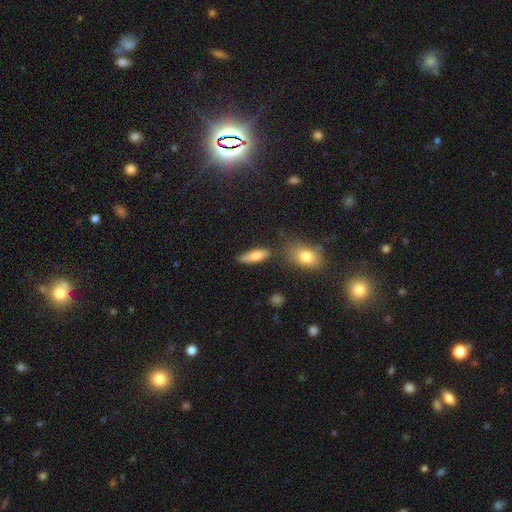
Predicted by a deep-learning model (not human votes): Smooth or featured?
  - smooth: 72% *
  - featured or disk: 21%
  - star or artifact: 7%
How rounded?
  - in between: 52% *
  - cigar-shaped: 45%
  - round: 3%
Merging?
  - none: 71% *
  - minor disturbance: 16%
  - merger: 8%
  - major disturbance: 5%